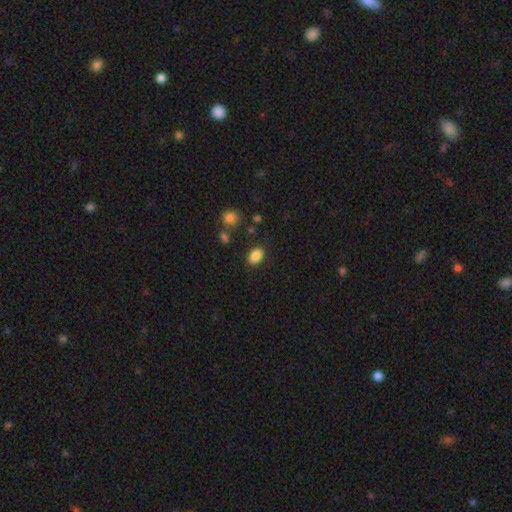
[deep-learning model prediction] Smooth or featured: smooth — 87% (star or artifact — 9%)
How rounded: in between — 83% (round — 15%)
Merging: none — 83% (minor disturbance — 10%)